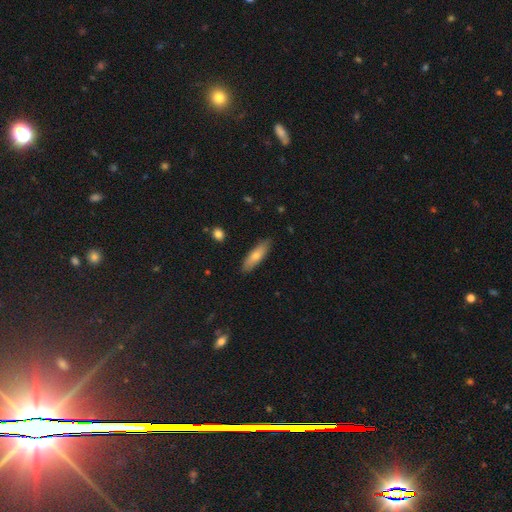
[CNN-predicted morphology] The model was most divided on "how rounded": cigar-shaped: 59%, in between: 39%, round: 2%. More confident: merging — none (87%); smooth or featured — smooth (65%).